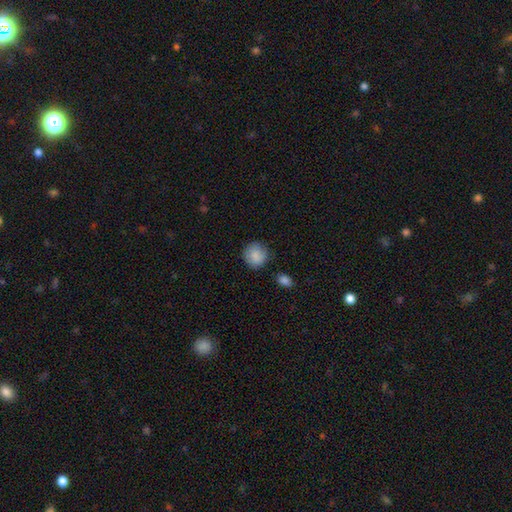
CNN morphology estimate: smooth_or_featured: smooth (p=0.86) [alt: star or artifact p=0.07]
how_rounded: round (p=0.86) [alt: in between p=0.13]
merging: none (p=0.79) [alt: minor disturbance p=0.15]